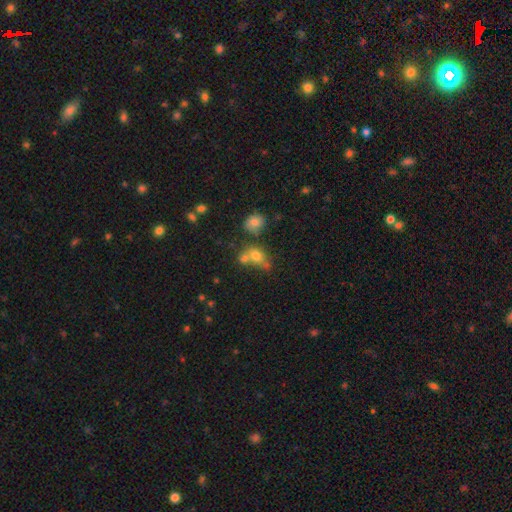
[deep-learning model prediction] Overall: smooth (71%). How rounded: round (50%; in between 48%). Merging: merger (43%; none 37%).